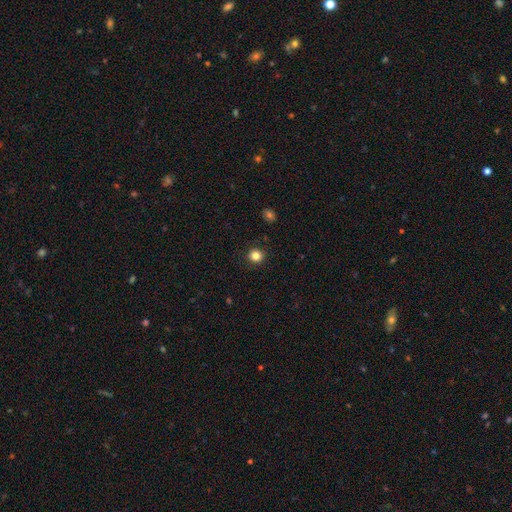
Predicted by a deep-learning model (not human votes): smooth 83%, star or artifact 12%, featured or disk 5%. Down the decision tree: how rounded — round (93%); merging — none (92%).